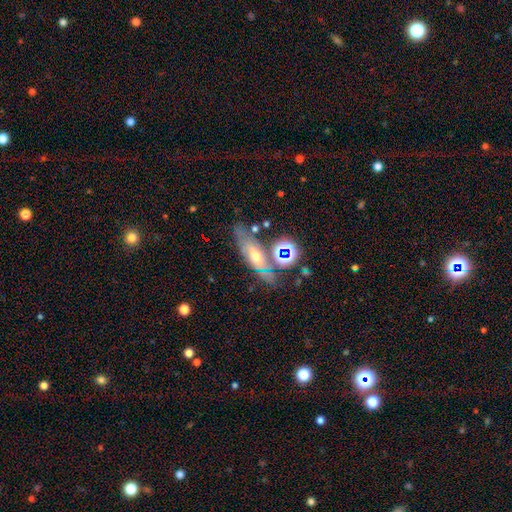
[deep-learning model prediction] Morphology: type=featured or disk (52%); edge-on=no (50%, tied with yes); merging=none (58%).